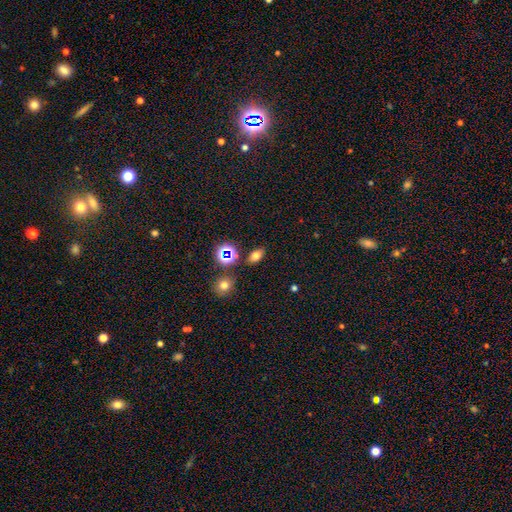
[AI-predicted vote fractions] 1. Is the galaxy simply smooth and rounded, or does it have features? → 69% smooth, 20% star or artifact, 11% featured or disk.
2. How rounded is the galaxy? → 82% in between, 13% round, 5% cigar-shaped.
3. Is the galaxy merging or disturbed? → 84% none, 9% minor disturbance, 4% merger, 3% major disturbance.